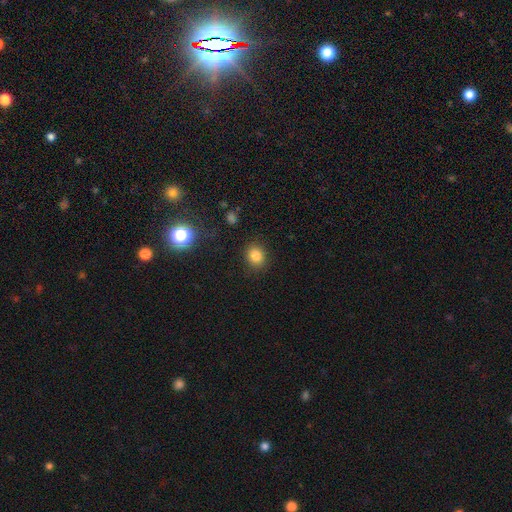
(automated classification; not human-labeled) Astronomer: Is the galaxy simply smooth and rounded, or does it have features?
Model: smooth — 83%.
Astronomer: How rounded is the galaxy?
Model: round — 73%.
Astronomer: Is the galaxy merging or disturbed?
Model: none — 87%.